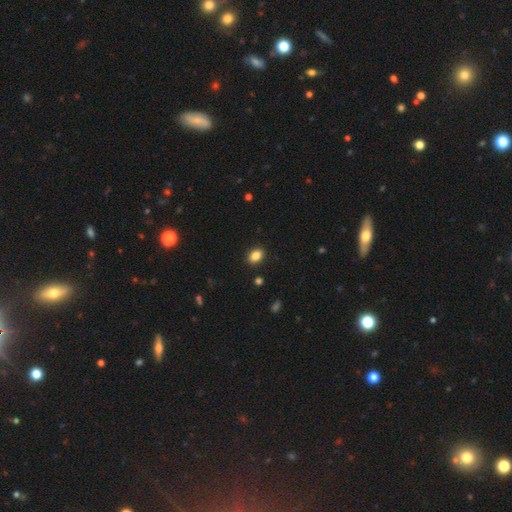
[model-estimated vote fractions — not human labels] Smooth or featured? smooth (86%)
How rounded? in between (76%)
Merging? none (89%)